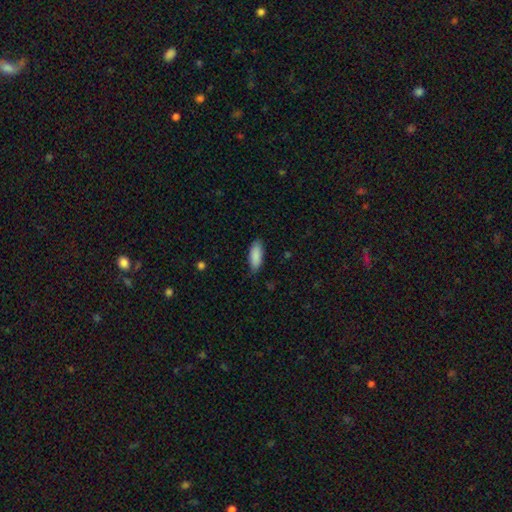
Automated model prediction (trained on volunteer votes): This is clearly a smooth galaxy (89%). How rounded: likely in between (76%). Merging: clearly none (82%).